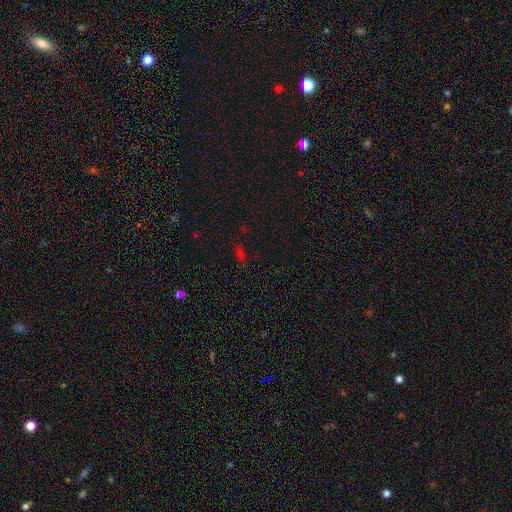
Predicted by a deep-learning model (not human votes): Smooth or featured? smooth (53%)
How rounded? in between (67%)
Merging? none (78%)